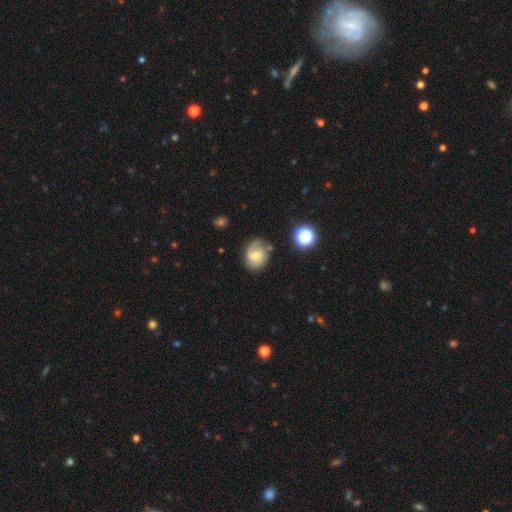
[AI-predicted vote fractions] Morphology: type=featured or disk (65%); edge-on=no (97%); bar=no (49%); spiral arms=yes (92%); winding=medium (47%); arm count=2 (72%); bulge=small (51%); merging=none (71%).